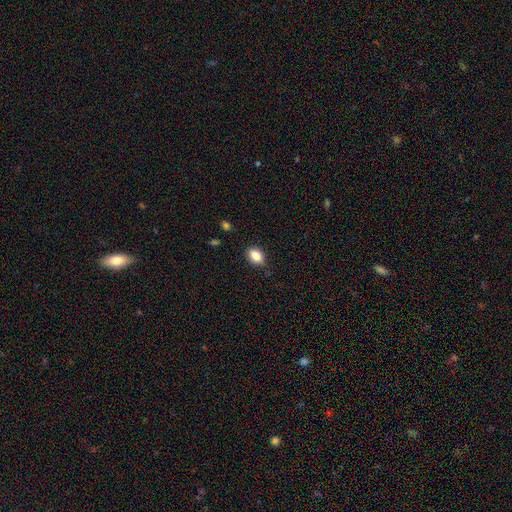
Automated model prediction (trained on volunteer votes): Smooth or featured? smooth (86%)
How rounded? in between (82%)
Merging? none (85%)